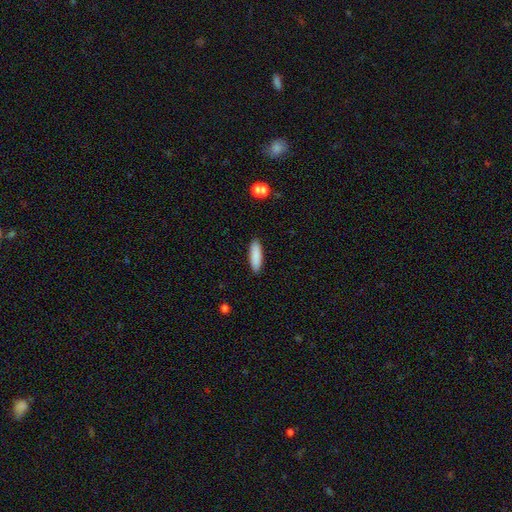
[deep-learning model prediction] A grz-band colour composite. It shows a smooth galaxy with no disk features (87%) that is cigar-shaped (58%). Merging: none (90%).